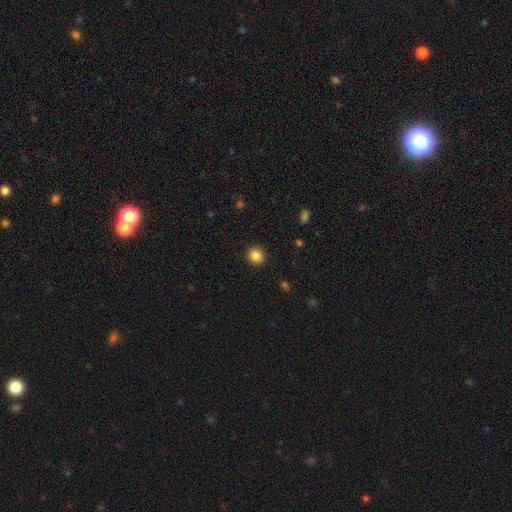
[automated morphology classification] This appears to be a smooth galaxy with no disk features (85%) that is round (89%). Merging: none (92%).